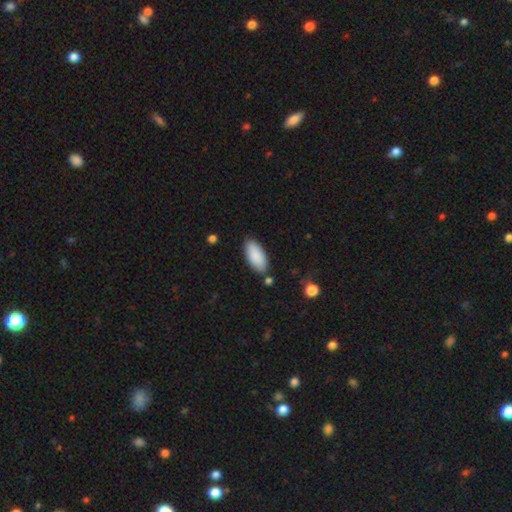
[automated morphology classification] type=smooth (89%); roundness=in between (90%); merging=none (83%).